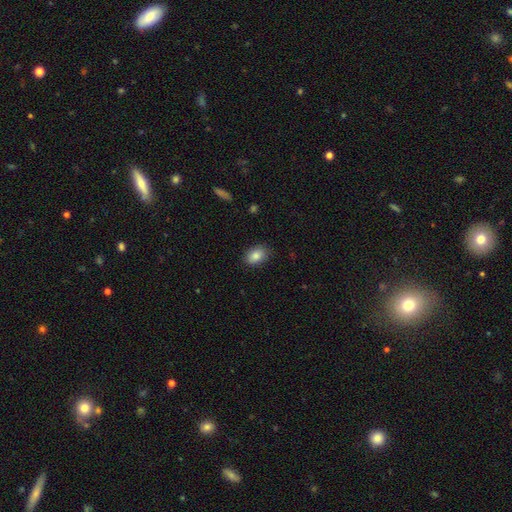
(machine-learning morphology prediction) A smooth galaxy with no disk features (85%) that is in between round and cigar-shaped (84%). Merging: none (84%).